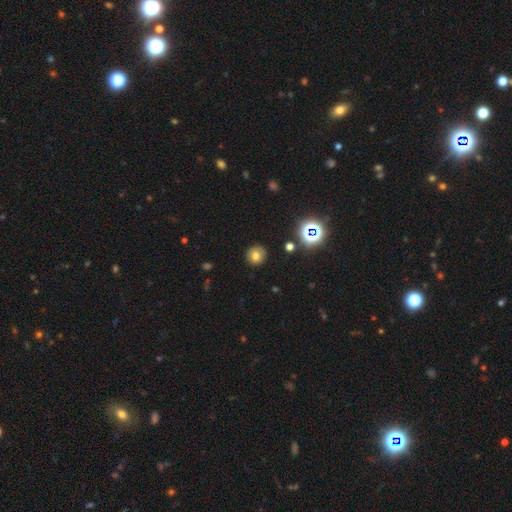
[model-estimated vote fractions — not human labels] This is likely a smooth galaxy (72%). How rounded: clearly round (93%). Merging: clearly none (89%).